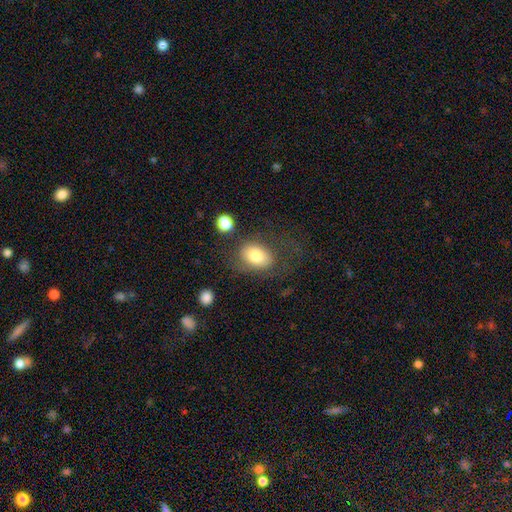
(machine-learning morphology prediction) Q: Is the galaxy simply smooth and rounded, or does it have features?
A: smooth — 77%.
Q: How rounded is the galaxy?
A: in between — 77%.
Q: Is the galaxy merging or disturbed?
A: none — 59%.